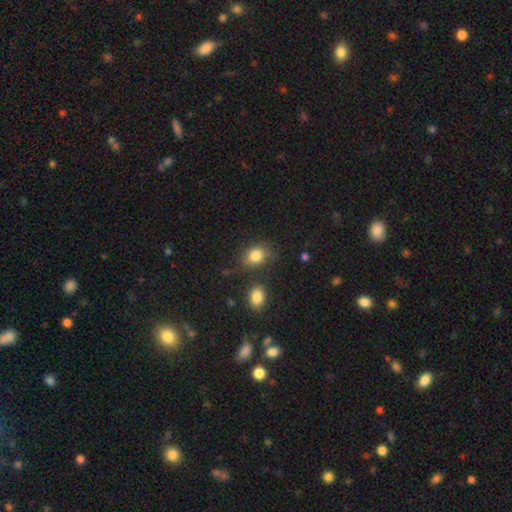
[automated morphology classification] A smooth galaxy with no disk features (83%) that is in between round and cigar-shaped (64%). Merging: none (69%).